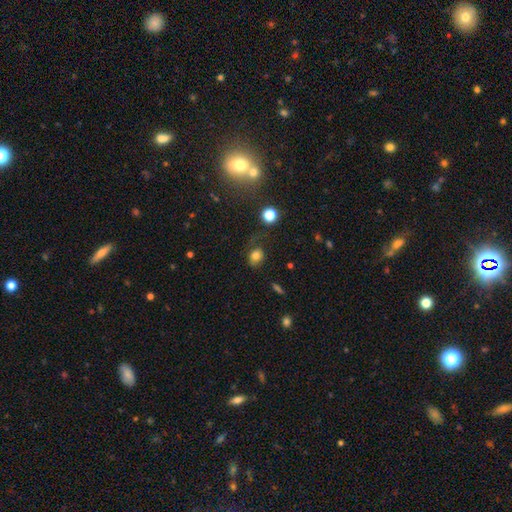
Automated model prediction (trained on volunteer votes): smooth 76%, star or artifact 13%, featured or disk 11%. Down the decision tree: how rounded — in between (53%); merging — none (56%).